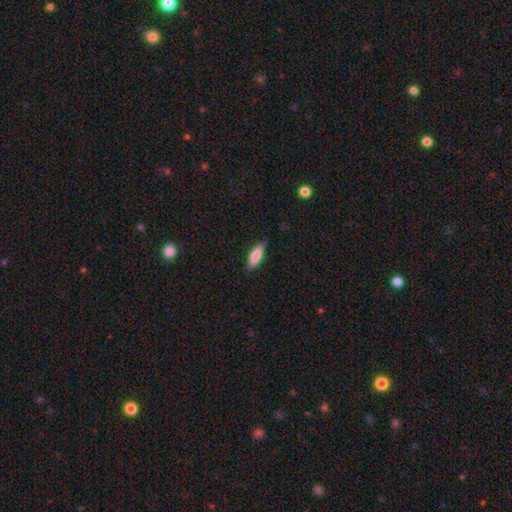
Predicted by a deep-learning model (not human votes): Smooth or featured? Predicted: smooth (p=0.82). How rounded? Predicted: in between (p=0.53). Merging? Predicted: none (p=0.81).